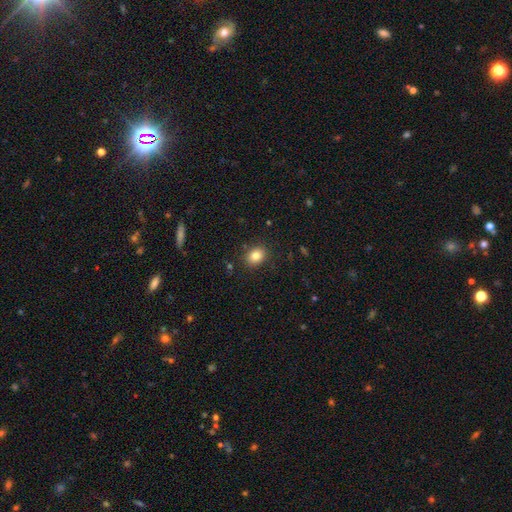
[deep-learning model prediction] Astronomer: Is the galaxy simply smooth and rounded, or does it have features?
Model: smooth — 83%.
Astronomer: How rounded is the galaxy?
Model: in between — 56% (runner-up: round, 43%).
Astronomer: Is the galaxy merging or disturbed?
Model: none — 87%.